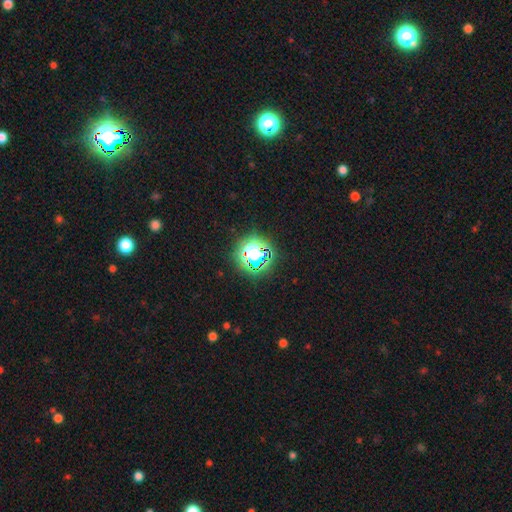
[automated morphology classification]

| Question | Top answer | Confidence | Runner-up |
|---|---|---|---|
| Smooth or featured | star or artifact | 64% | smooth (25%) |